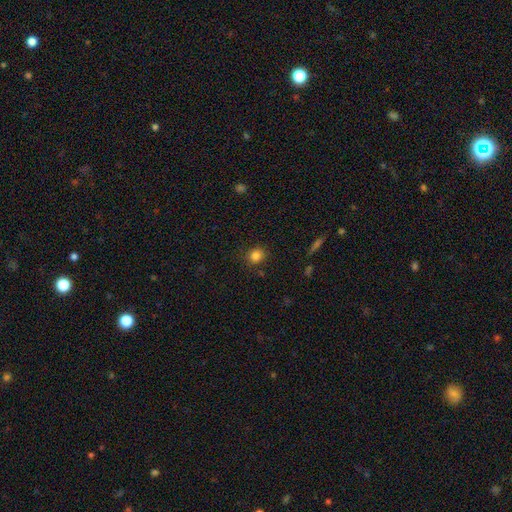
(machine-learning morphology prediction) A smooth galaxy with no disk features (83%) that is round (84%).

Vote fractions:
- Smooth or featured? smooth: 83% / star or artifact: 12% / featured or disk: 5%
- How rounded? round: 84% / in between: 15% / cigar-shaped: 1%
- Merging? none: 84% / minor disturbance: 11% / major disturbance: 3% / merger: 2%